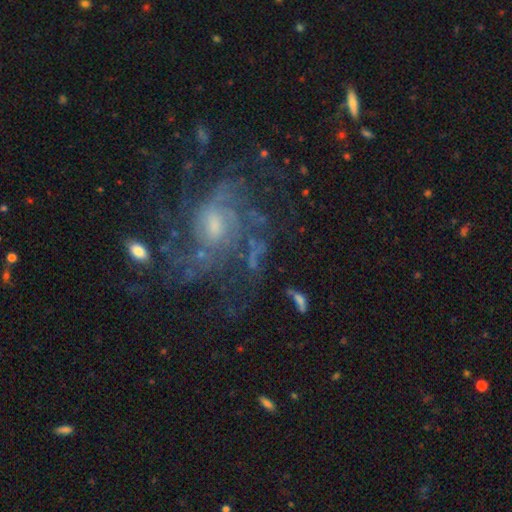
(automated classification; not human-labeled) Smooth or featured: featured or disk — 79% (star or artifact — 12%)
Edge-on disk: no — 97% (yes — 3%)
Bar: no — 49% (weak — 43%)
Spiral arms: yes — 88% (no — 12%)
Spiral winding: medium — 41% (tight — 39%)
Spiral arm count: can't tell — 40% (4 — 17%)
Bulge size: small — 43% (moderate — 41%)
Merging: none — 56% (major disturbance — 22%)